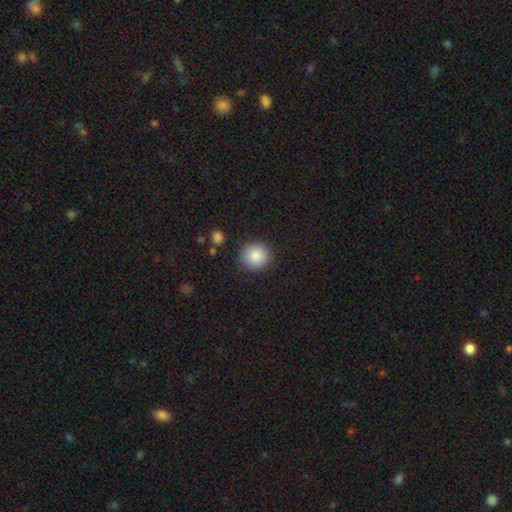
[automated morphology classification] Smooth or featured?
  - smooth: 86% *
  - star or artifact: 8%
  - featured or disk: 5%
How rounded?
  - round: 93% *
  - in between: 6%
  - cigar-shaped: 1%
Merging?
  - none: 88% *
  - minor disturbance: 8%
  - major disturbance: 2%
  - merger: 2%